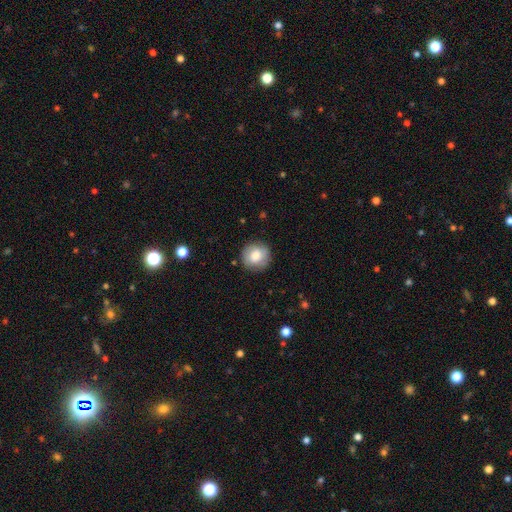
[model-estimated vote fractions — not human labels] Smooth or featured: smooth — 72% (featured or disk — 20%)
How rounded: round — 92% (in between — 7%)
Merging: none — 85% (minor disturbance — 11%)